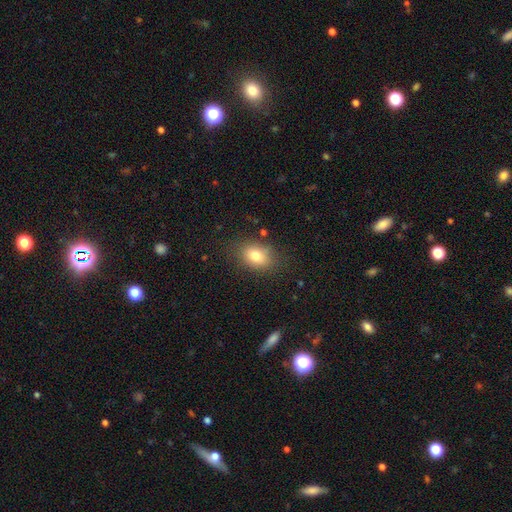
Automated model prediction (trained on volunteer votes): smooth 78%, featured or disk 11%, star or artifact 11%. Down the decision tree: how rounded — in between (72%); merging — none (81%).